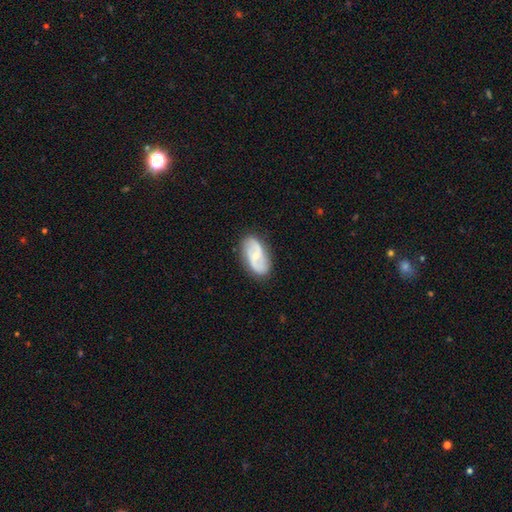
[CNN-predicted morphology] Smooth or featured: featured or disk — 73% (smooth — 21%)
Edge-on disk: no — 96% (yes — 4%)
Bar: weak — 44% (no — 42%)
Spiral arms: yes — 91% (no — 9%)
Spiral winding: loose — 46% (medium — 38%)
Spiral arm count: 2 — 88% (can't tell — 7%)
Bulge size: small — 61% (moderate — 33%)
Merging: none — 82% (minor disturbance — 14%)